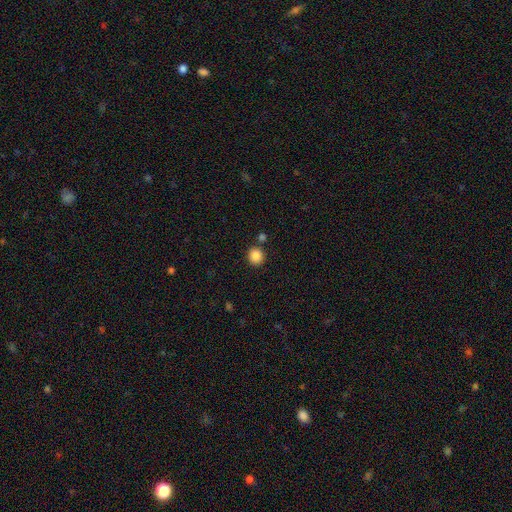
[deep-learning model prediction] Smooth or featured? Predicted: smooth (p=0.87). How rounded? Predicted: round (p=0.86). Merging? Predicted: none (p=0.83).